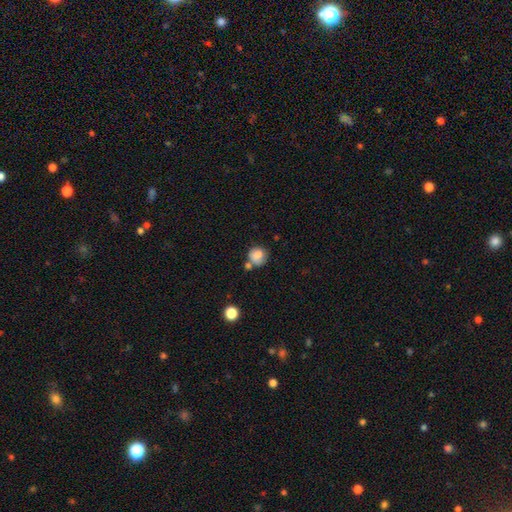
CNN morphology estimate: This is likely a smooth galaxy (77%). How rounded: clearly round (86%). Merging: possibly none (57%).